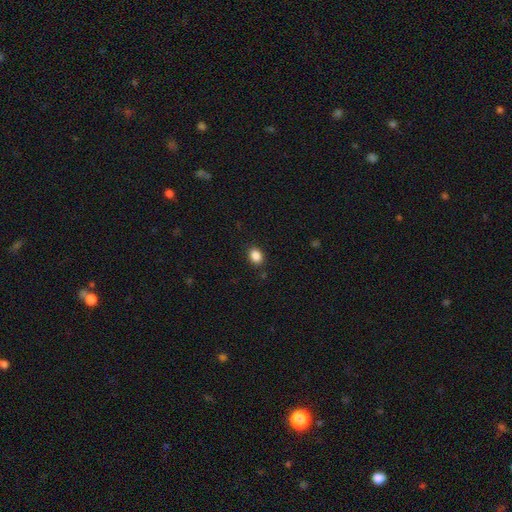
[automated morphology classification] A smooth galaxy with no disk features (87%) that is in between round and cigar-shaped (57%).

Vote fractions:
- Smooth or featured? smooth: 87% / star or artifact: 10% / featured or disk: 3%
- How rounded? in between: 57% / round: 42% / cigar-shaped: 1%
- Merging? none: 88% / minor disturbance: 8% / major disturbance: 2% / merger: 1%